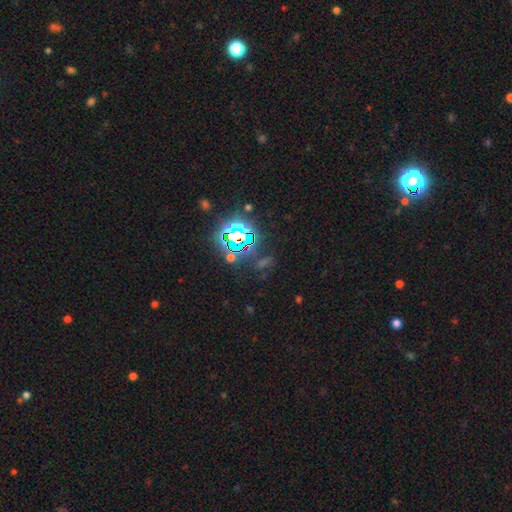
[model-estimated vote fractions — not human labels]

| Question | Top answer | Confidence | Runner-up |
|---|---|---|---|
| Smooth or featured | star or artifact | 82% | smooth (11%) |